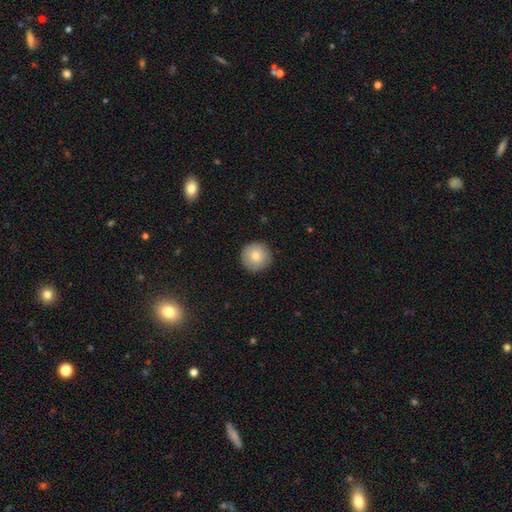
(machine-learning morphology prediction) A smooth galaxy with no disk features (81%) that is round (96%).

Vote fractions:
- Smooth or featured? smooth: 81% / featured or disk: 12% / star or artifact: 8%
- How rounded? round: 96% / in between: 3% / cigar-shaped: 1%
- Merging? none: 90% / minor disturbance: 7% / major disturbance: 2% / merger: 1%